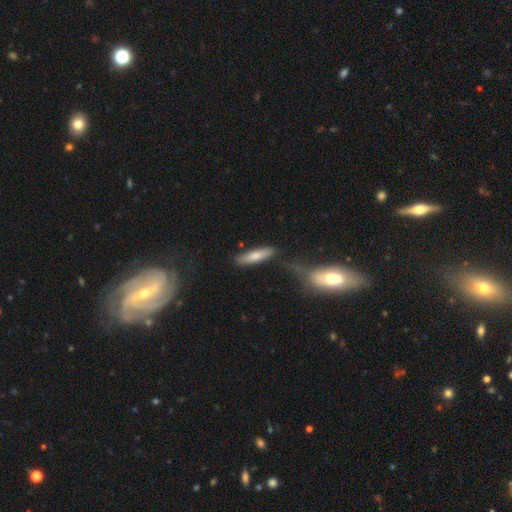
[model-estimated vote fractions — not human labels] The model was most divided on "smooth or featured": smooth: 71%, featured or disk: 23%, star or artifact: 6%. More confident: merging — none (73%); how rounded — cigar-shaped (73%).